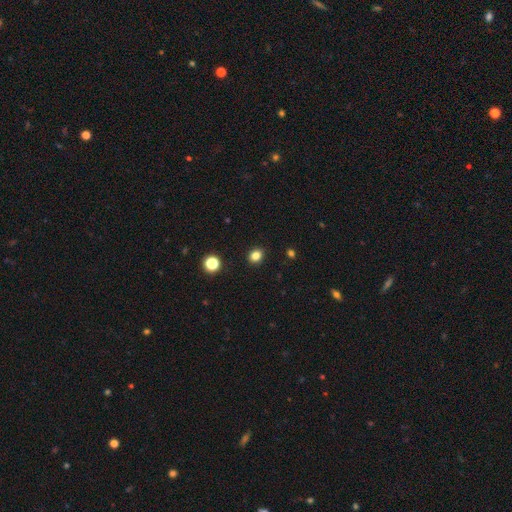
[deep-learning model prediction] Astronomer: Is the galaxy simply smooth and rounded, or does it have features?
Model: smooth — 83%.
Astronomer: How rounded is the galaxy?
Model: round — 65%.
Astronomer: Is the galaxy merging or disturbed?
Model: none — 91%.